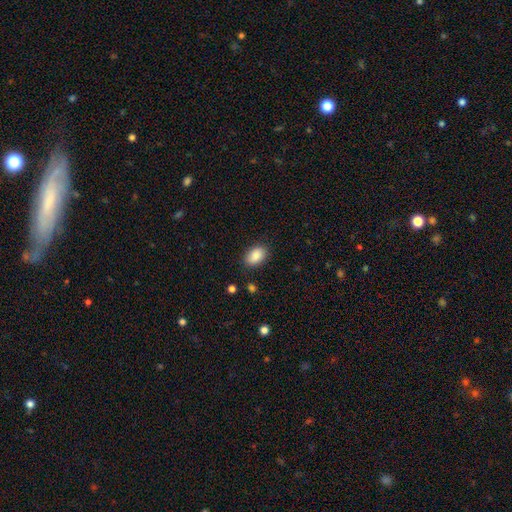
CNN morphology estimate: Smooth or featured: smooth — 88% (star or artifact — 7%)
How rounded: in between — 88% (round — 11%)
Merging: none — 86% (minor disturbance — 10%)